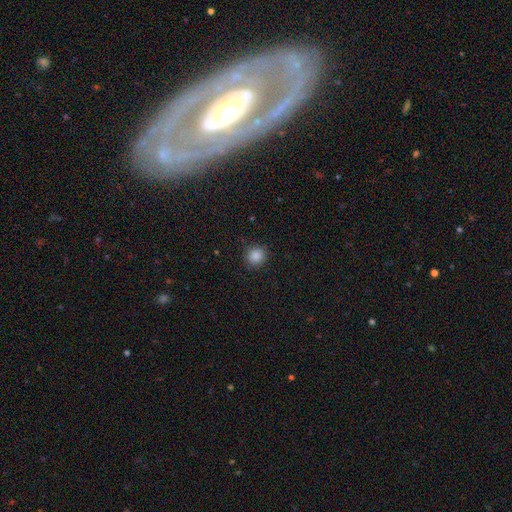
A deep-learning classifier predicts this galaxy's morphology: type=smooth (86%); roundness=round (90%); merging=none (89%).